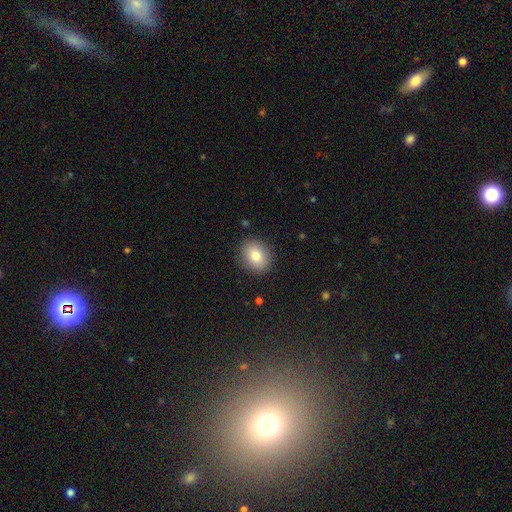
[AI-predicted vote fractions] smooth 81%, featured or disk 10%, star or artifact 9%. Down the decision tree: how rounded — round (51%); merging — none (88%).